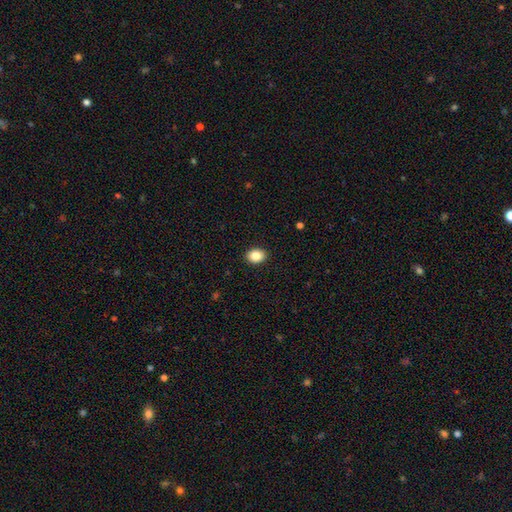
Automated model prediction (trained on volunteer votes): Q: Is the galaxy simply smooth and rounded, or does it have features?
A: smooth — 87%.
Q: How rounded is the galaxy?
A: in between — 60%.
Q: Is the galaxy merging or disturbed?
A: none — 91%.